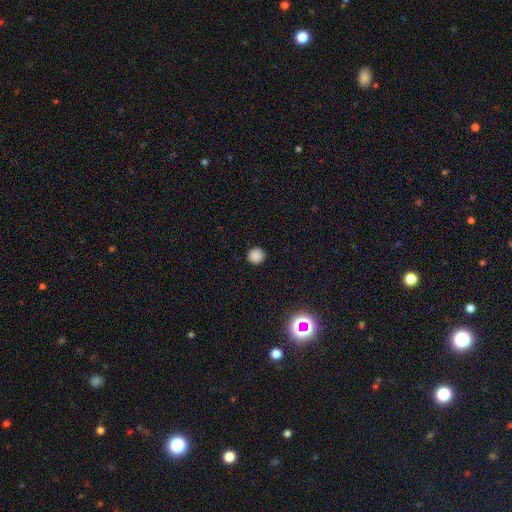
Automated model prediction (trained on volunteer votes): This is clearly a smooth galaxy (84%). How rounded: clearly round (92%). Merging: clearly none (91%).